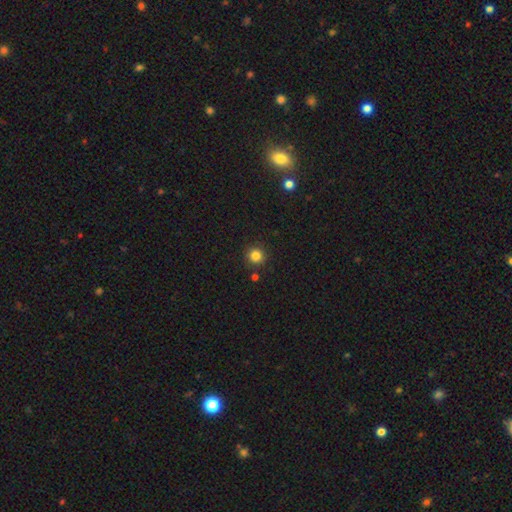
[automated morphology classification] Smooth or featured? Predicted: smooth (p=0.83). How rounded? Predicted: round (p=0.94). Merging? Predicted: none (p=0.88).